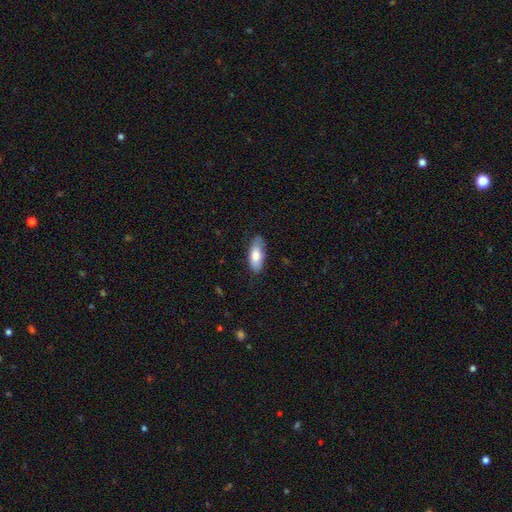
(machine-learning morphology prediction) A smooth galaxy with no disk features (78%) that is in between round and cigar-shaped (80%). Merging: none (79%).